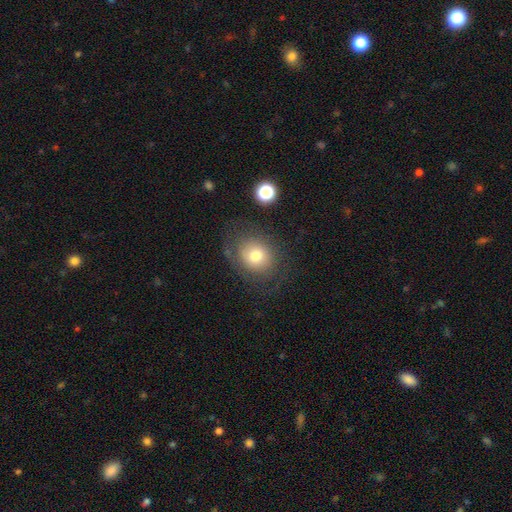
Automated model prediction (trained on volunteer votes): Overall: smooth (68%). How rounded: round (67%; in between 33%). Merging: none (70%).